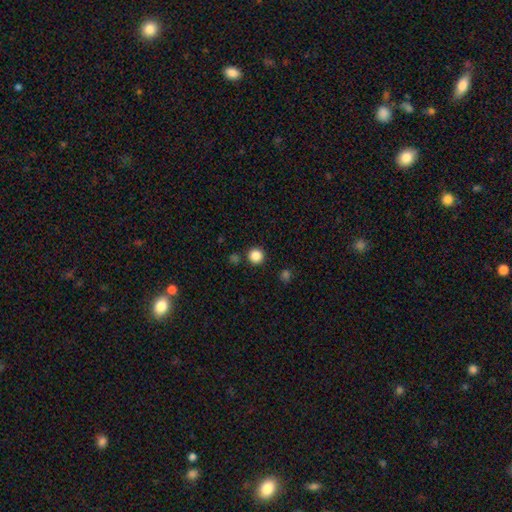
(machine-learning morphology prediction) Smooth or featured?
  - smooth: 85% *
  - star or artifact: 12%
  - featured or disk: 3%
How rounded?
  - round: 96% *
  - in between: 3%
  - cigar-shaped: 1%
Merging?
  - none: 89% *
  - minor disturbance: 5%
  - merger: 3%
  - major disturbance: 2%